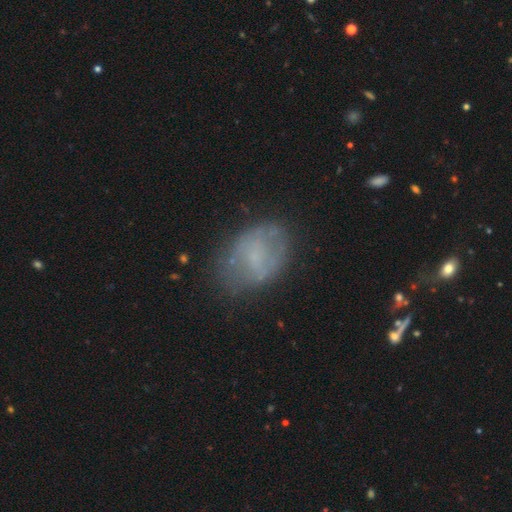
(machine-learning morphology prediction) featured or disk 46%, smooth 44%, star or artifact 10%. Down the decision tree: merging — none (62%).